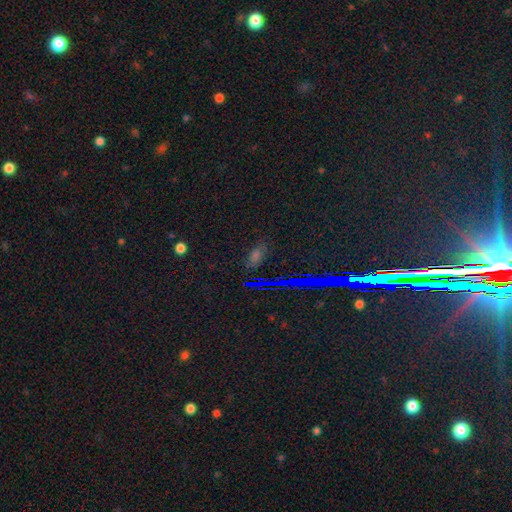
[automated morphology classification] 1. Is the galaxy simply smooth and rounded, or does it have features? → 49% smooth, 39% star or artifact, 13% featured or disk.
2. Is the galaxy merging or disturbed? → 80% none, 13% minor disturbance, 4% major disturbance, 2% merger.